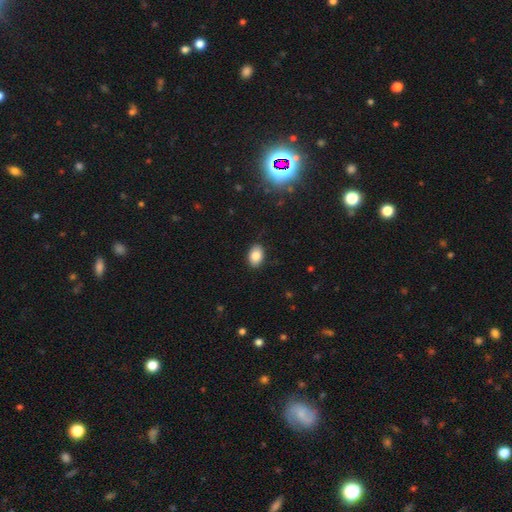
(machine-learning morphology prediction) smooth-or-featured: smooth: 85% | star or artifact: 9% | featured or disk: 7%
  how-rounded: in between: 85% | round: 14% | cigar-shaped: 1%
  merging: none: 88% | minor disturbance: 9% | major disturbance: 2% | merger: 1%